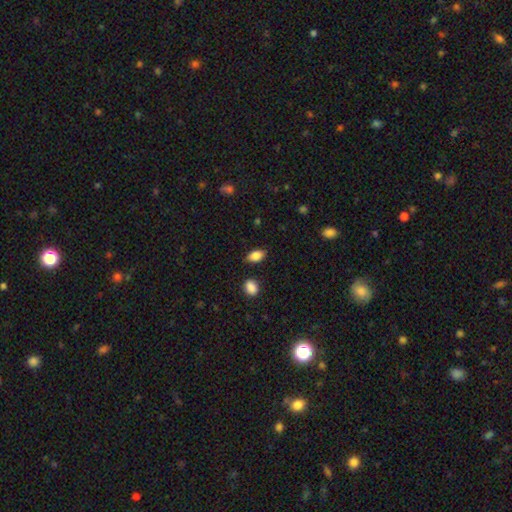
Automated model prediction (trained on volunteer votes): Smooth or featured? smooth (84%)
How rounded? in between (88%)
Merging? none (82%)